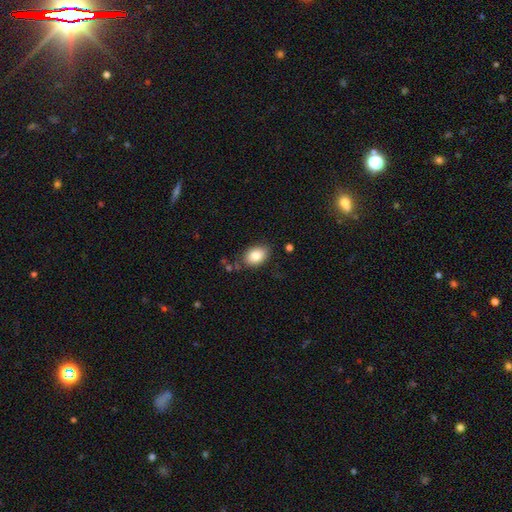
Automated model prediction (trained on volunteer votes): Overall: smooth (84%). How rounded: in between (82%). Merging: none (79%).